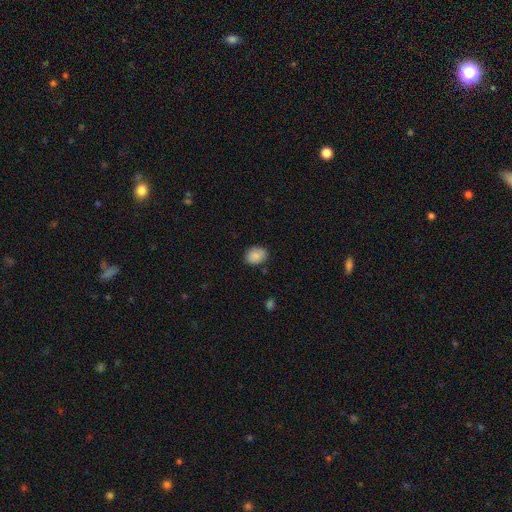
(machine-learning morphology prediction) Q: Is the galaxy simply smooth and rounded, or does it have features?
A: smooth — 88%.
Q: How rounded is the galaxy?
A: in between — 63%.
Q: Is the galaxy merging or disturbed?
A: none — 84%.